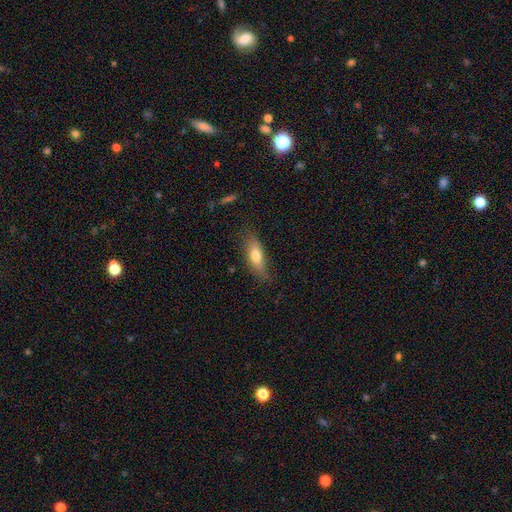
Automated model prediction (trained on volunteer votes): Smooth or featured: smooth — 69% (featured or disk — 24%)
How rounded: in between — 58% (cigar-shaped — 39%)
Merging: none — 76% (minor disturbance — 18%)